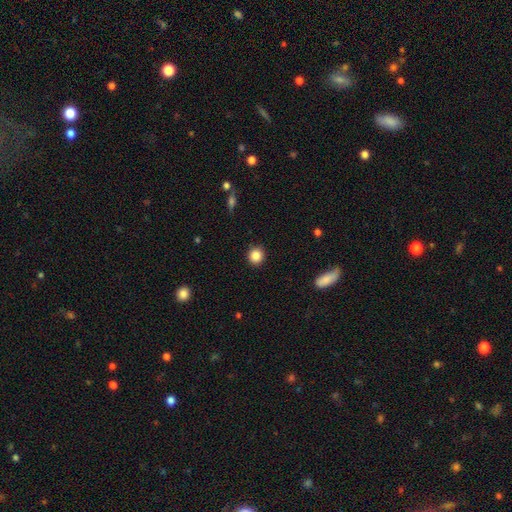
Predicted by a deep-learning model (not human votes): Smooth or featured? Predicted: smooth (p=0.86). How rounded? Predicted: round (p=0.91). Merging? Predicted: none (p=0.92).